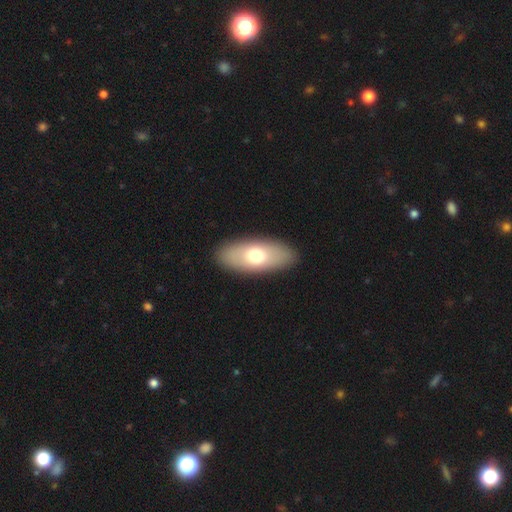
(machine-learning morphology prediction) smooth 69%, featured or disk 25%, star or artifact 6%. Down the decision tree: how rounded — in between (85%); merging — none (89%).